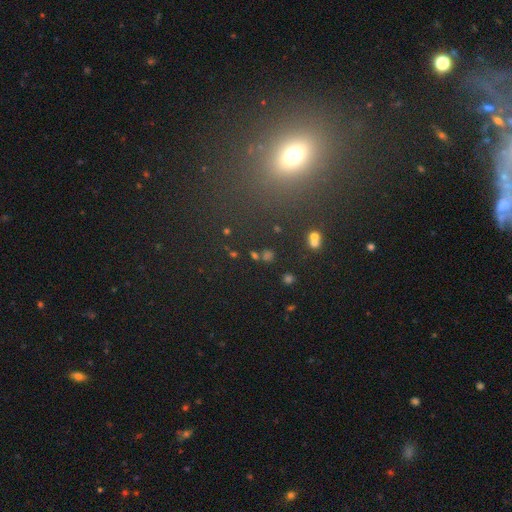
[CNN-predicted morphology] A star or artifact, not a galaxy (47%).